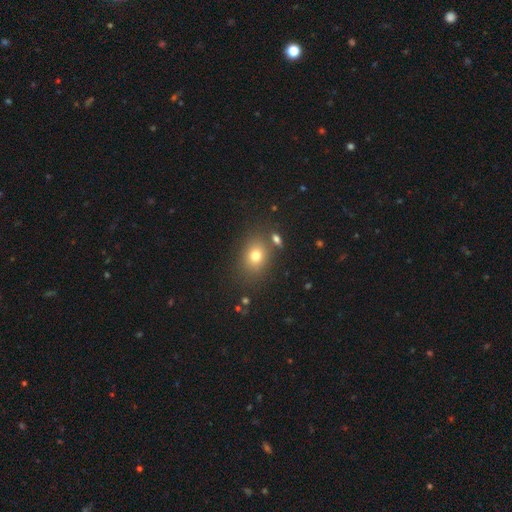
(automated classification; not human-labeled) A smooth galaxy with no disk features (75%) that is round (49%, tied with in between).

Vote fractions:
- Smooth or featured? smooth: 75% / star or artifact: 14% / featured or disk: 11%
- How rounded? round: 49% (tied) / in between: 49% (tied) / cigar-shaped: 1%
- Merging? none: 77% / minor disturbance: 11% / merger: 8% / major disturbance: 4%